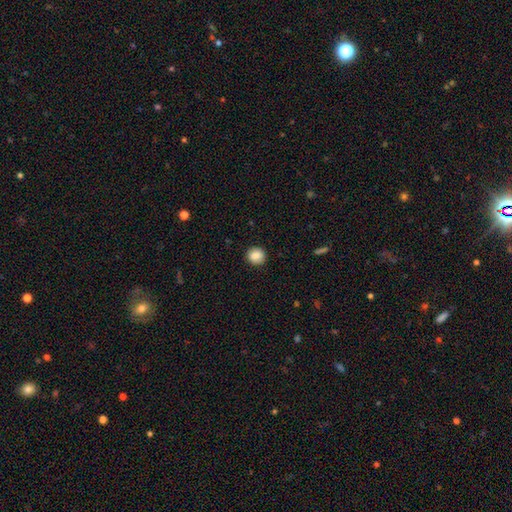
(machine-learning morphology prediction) type=smooth (87%); roundness=round (88%); merging=none (91%).